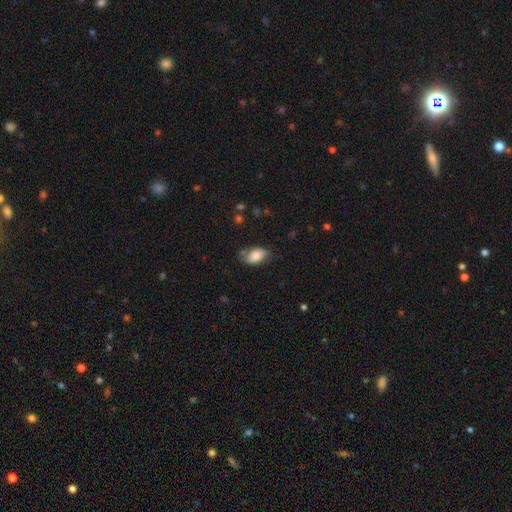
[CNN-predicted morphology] Q: Smooth or featured?
A: smooth (79%); runner-up: featured or disk (14%)
Q: How rounded?
A: in between (92%); runner-up: round (6%)
Q: Merging?
A: none (64%); runner-up: minor disturbance (26%)